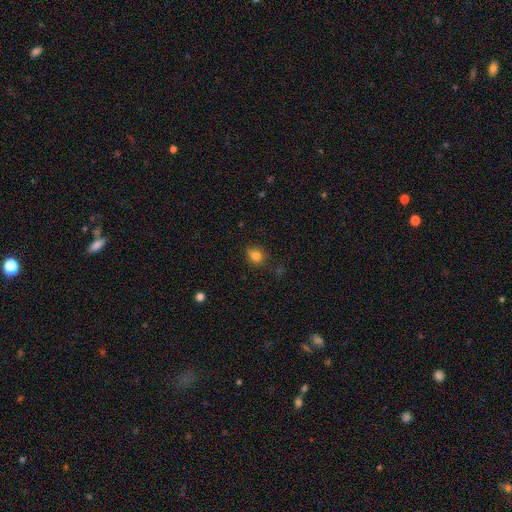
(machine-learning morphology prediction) A smooth galaxy with no disk features (83%) that is round (64%).

Vote fractions:
- Smooth or featured? smooth: 83% / star or artifact: 12% / featured or disk: 5%
- How rounded? round: 64% / in between: 35% / cigar-shaped: 1%
- Merging? none: 78% / minor disturbance: 16% / major disturbance: 4% / merger: 2%